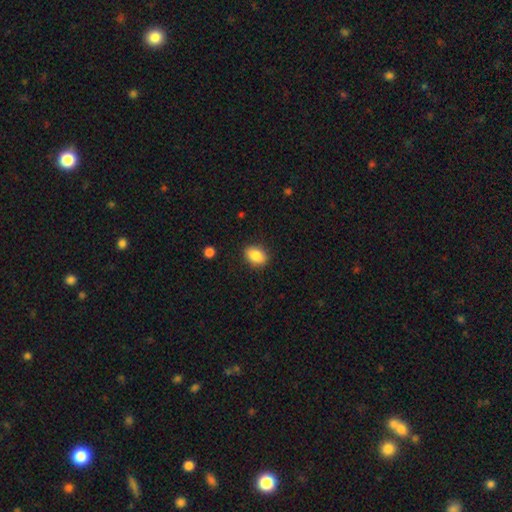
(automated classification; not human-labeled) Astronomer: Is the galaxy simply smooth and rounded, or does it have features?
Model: smooth — 86%.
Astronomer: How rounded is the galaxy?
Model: in between — 81%.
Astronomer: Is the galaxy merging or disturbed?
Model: none — 87%.